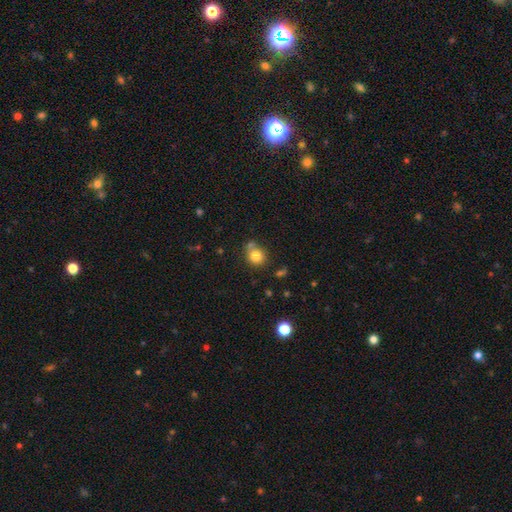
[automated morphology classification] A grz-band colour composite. It shows a smooth galaxy with no disk features (81%) that is round (83%). Merging: none (65%).